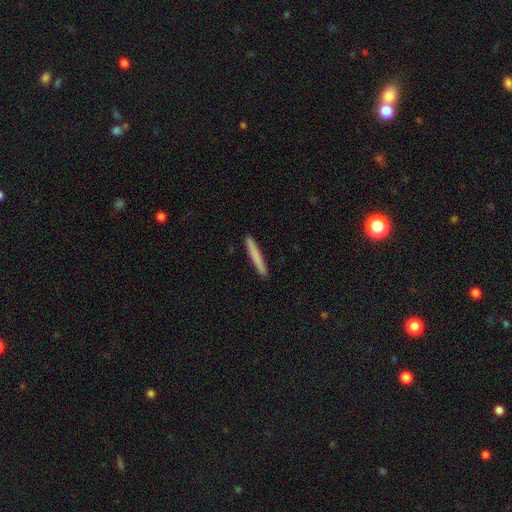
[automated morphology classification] A smooth galaxy with no disk features (77%) that is cigar-shaped (97%).

Vote fractions:
- Smooth or featured? smooth: 77% / featured or disk: 17% / star or artifact: 6%
- How rounded? cigar-shaped: 97% / in between: 2% / round: 1%
- Merging? none: 92% / minor disturbance: 5% / major disturbance: 1% / merger: 1%